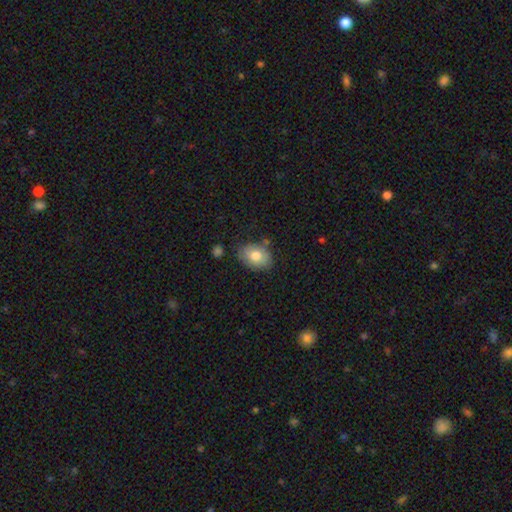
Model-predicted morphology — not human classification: type=smooth (78%); roundness=in between (79%); merging=none (73%).